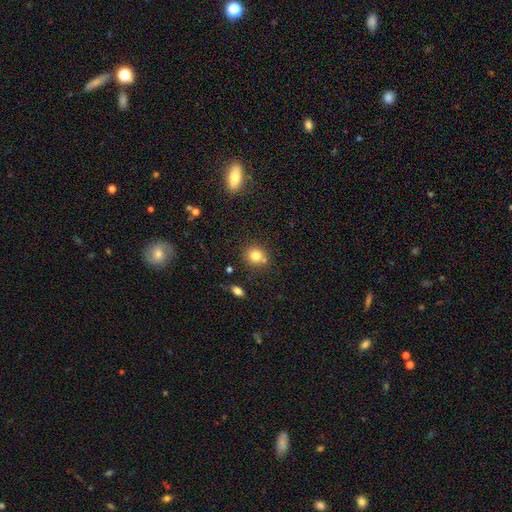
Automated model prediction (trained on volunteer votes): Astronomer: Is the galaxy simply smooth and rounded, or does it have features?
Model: smooth — 79%.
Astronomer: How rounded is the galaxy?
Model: round — 82%.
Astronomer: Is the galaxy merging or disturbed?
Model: none — 72%.